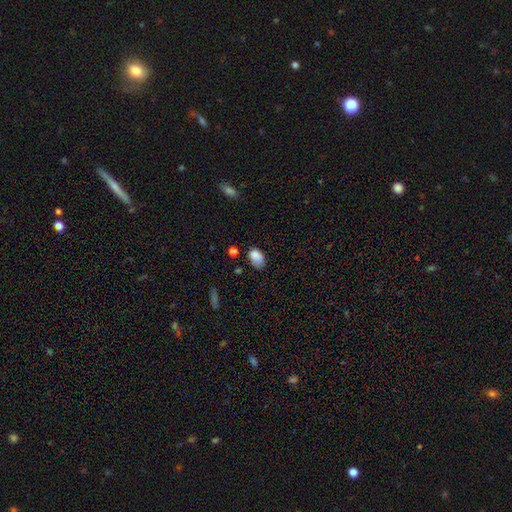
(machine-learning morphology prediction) A smooth galaxy with no disk features (84%) that is in between round and cigar-shaped (86%). Merging: none (54%).